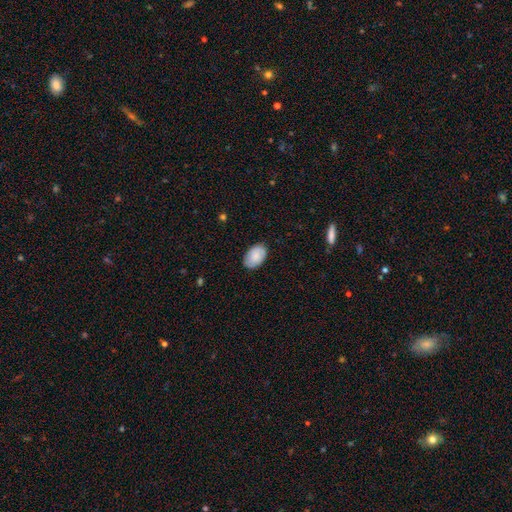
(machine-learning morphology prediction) The model was most divided on "smooth or featured": smooth: 81%, featured or disk: 12%, star or artifact: 6%. More confident: how rounded — in between (89%); merging — none (83%).